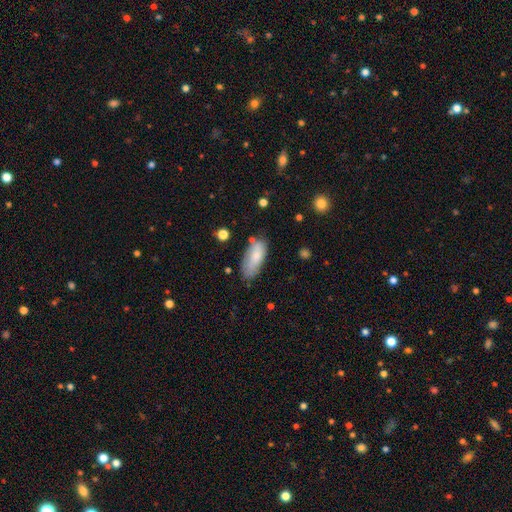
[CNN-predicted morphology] A smooth galaxy with no disk features (75%) that is in between round and cigar-shaped (84%). Merging: none (67%).